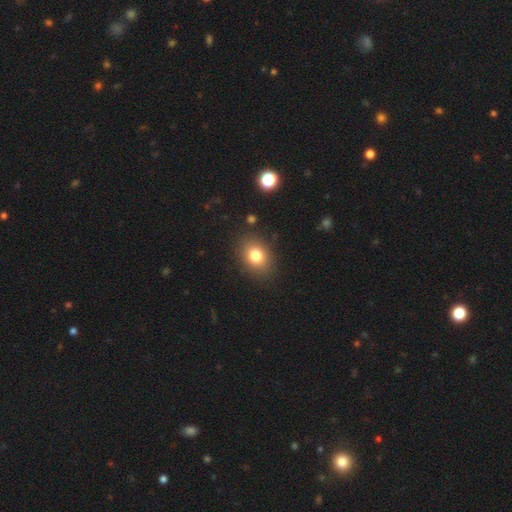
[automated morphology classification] Q: Smooth or featured?
A: smooth (80%); runner-up: star or artifact (11%)
Q: How rounded?
A: in between (56%); runner-up: round (43%)
Q: Merging?
A: none (86%); runner-up: minor disturbance (9%)